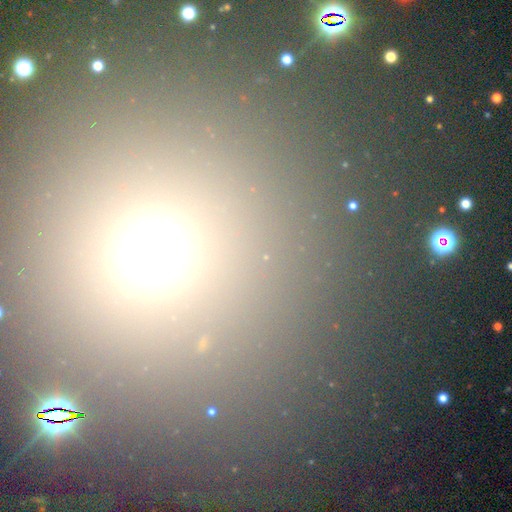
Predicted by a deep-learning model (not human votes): A smooth galaxy with no disk features (55%) that is round (91%).

Vote fractions:
- Smooth or featured? smooth: 55% / star or artifact: 37% / featured or disk: 8%
- How rounded? round: 91% / in between: 7% / cigar-shaped: 1%
- Merging? none: 87% / minor disturbance: 6% / major disturbance: 4% / merger: 4%